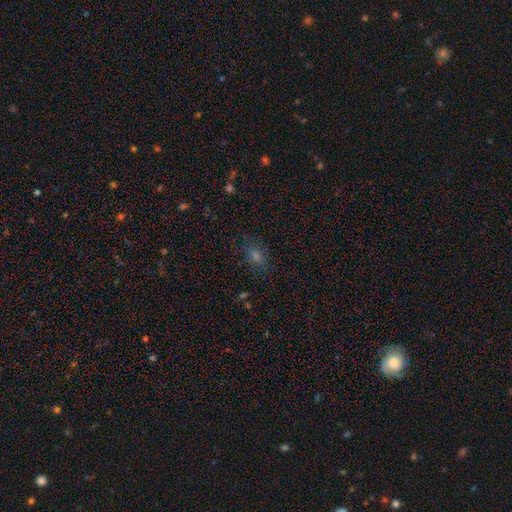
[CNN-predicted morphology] Smooth or featured: smooth — 54% (star or artifact — 33%)
How rounded: in between — 69% (round — 27%)
Merging: none — 82% (minor disturbance — 12%)